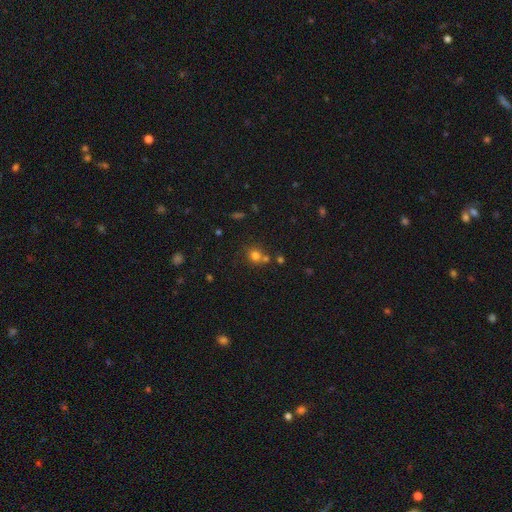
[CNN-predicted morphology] Smooth or featured? smooth (73%)
How rounded? round (83%)
Merging? none (60%)